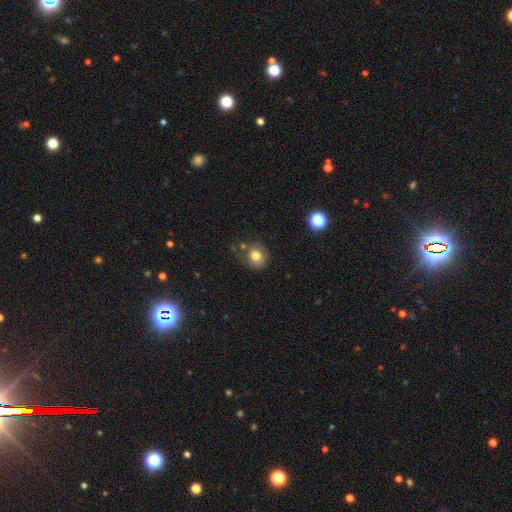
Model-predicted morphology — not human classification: A smooth galaxy with no disk features (77%) that is round (75%). Merging: none (58%).